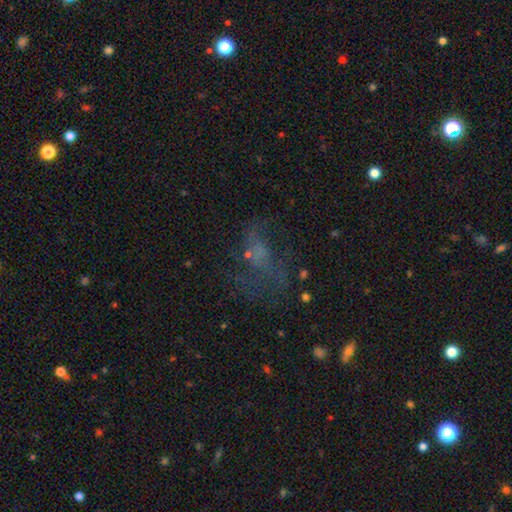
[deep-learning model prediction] smooth-or-featured: featured or disk: 44% | smooth: 31% | star or artifact: 25%
  merging: major disturbance: 41% | none: 37% | minor disturbance: 17% | merger: 5%